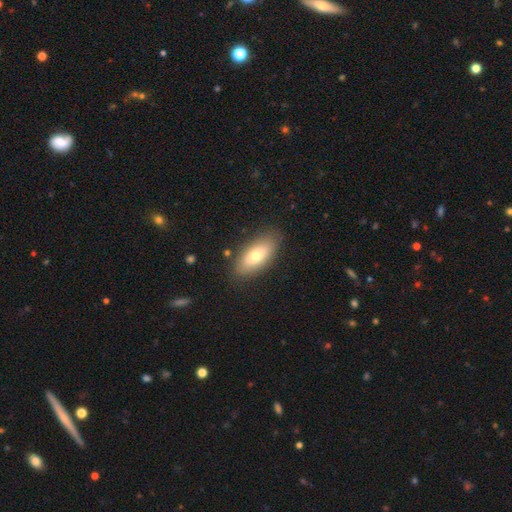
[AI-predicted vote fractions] Morphology: type=smooth (70%); roundness=in between (86%); merging=none (84%).